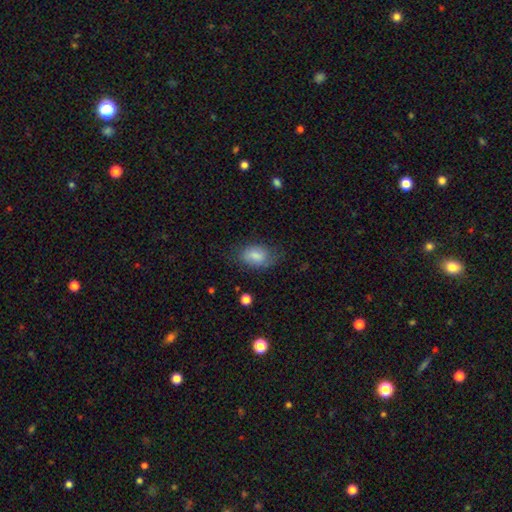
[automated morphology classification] smooth_or_featured: smooth (p=0.78) [alt: featured or disk p=0.14]
how_rounded: in between (p=0.87) [alt: round p=0.12]
merging: none (p=0.60) [alt: minor disturbance p=0.27]